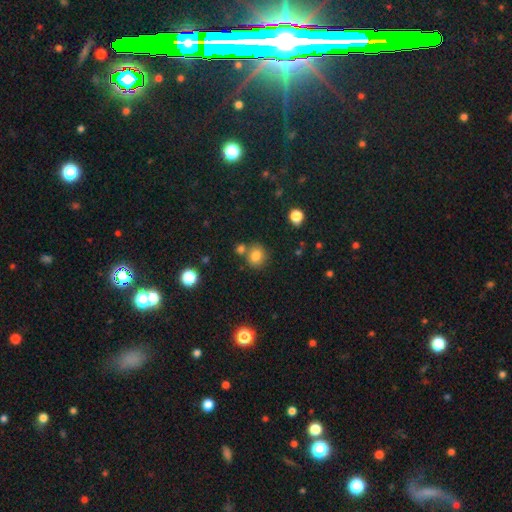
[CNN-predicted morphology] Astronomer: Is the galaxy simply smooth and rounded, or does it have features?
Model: smooth — 80%.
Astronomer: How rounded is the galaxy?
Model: round — 76%.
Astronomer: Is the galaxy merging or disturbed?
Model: none — 69%.